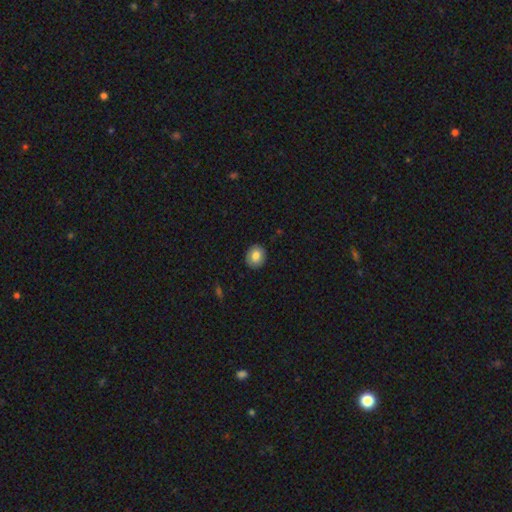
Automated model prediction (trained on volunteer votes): Overall: smooth (82%). How rounded: round (73%). Merging: none (90%).